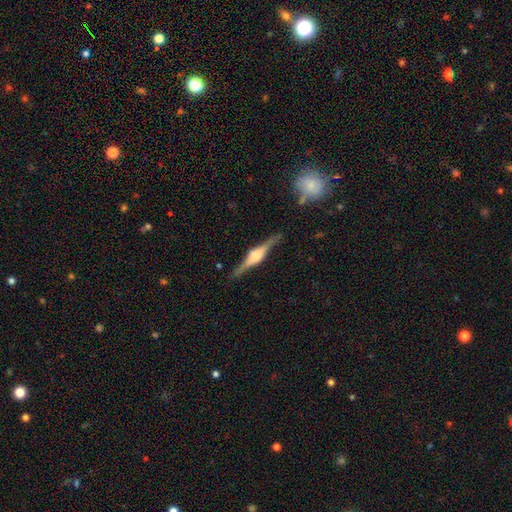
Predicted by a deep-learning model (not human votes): Smooth or featured?
  - featured or disk: 83% *
  - smooth: 11%
  - star or artifact: 6%
Edge-on disk?
  - yes: 98% *
  - no: 2%
Edge-on bulge?
  - rounded: 78% *
  - boxy: 20%
  - none: 3%
Merging?
  - none: 88% *
  - minor disturbance: 9%
  - major disturbance: 2%
  - merger: 1%